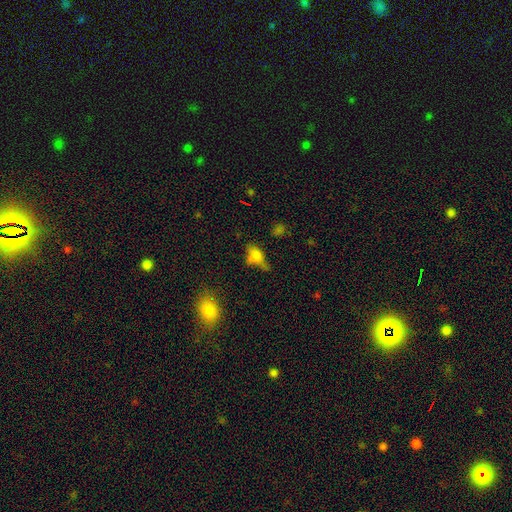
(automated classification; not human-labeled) smooth 64%, featured or disk 20%, star or artifact 16%. Down the decision tree: how rounded — in between (73%); merging — none (39%).